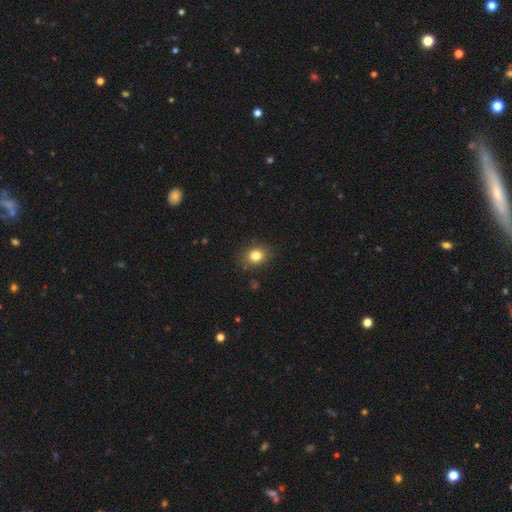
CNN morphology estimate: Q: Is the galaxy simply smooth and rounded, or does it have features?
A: smooth — 82%.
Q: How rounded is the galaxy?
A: round — 61%.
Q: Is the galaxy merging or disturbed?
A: none — 85%.